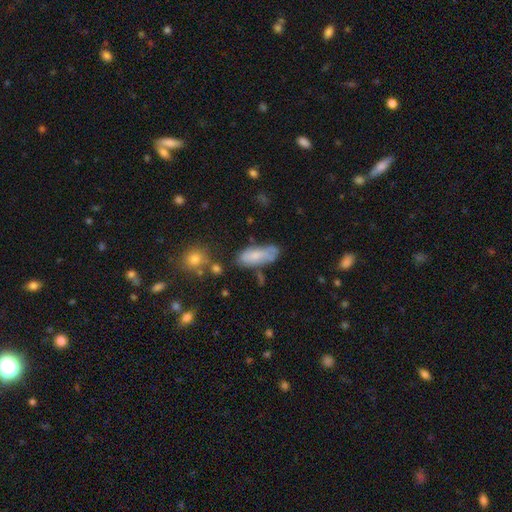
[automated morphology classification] Smooth or featured?
  - smooth: 67% *
  - featured or disk: 25%
  - star or artifact: 8%
How rounded?
  - in between: 78% *
  - cigar-shaped: 19%
  - round: 2%
Merging?
  - none: 51% *
  - minor disturbance: 30%
  - major disturbance: 11%
  - merger: 8%